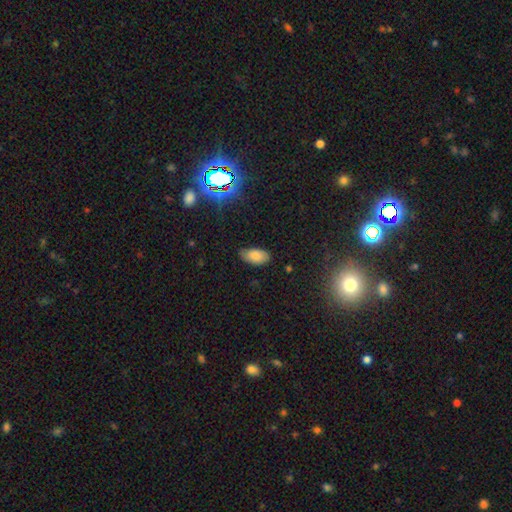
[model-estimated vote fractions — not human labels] Smooth or featured: smooth — 81% (star or artifact — 9%)
How rounded: in between — 95% (cigar-shaped — 3%)
Merging: none — 77% (minor disturbance — 19%)